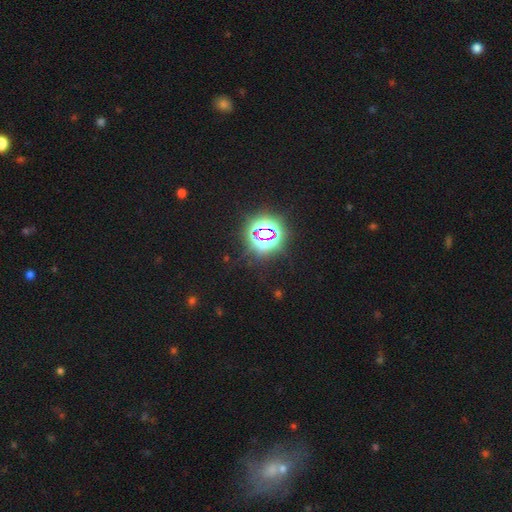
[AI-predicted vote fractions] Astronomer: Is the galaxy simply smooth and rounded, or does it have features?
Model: star or artifact — 75%.